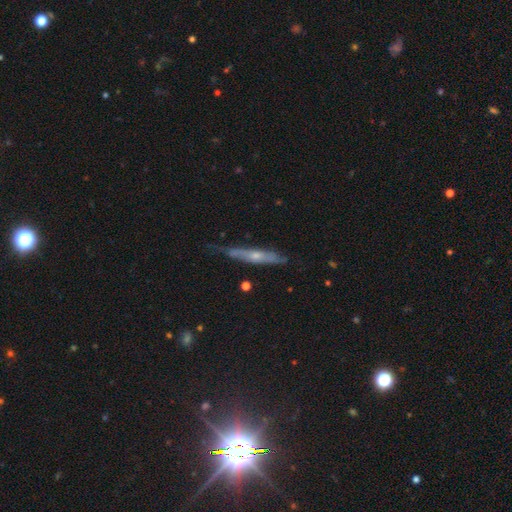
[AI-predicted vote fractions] smooth-or-featured: featured or disk: 62% | smooth: 31% | star or artifact: 7%
  disk-edge-on: yes: 81% | no: 19%
    edge-on-bulge: rounded: 64% | none: 32% | boxy: 4%
  merging: none: 62% | minor disturbance: 29% | major disturbance: 7% | merger: 2%